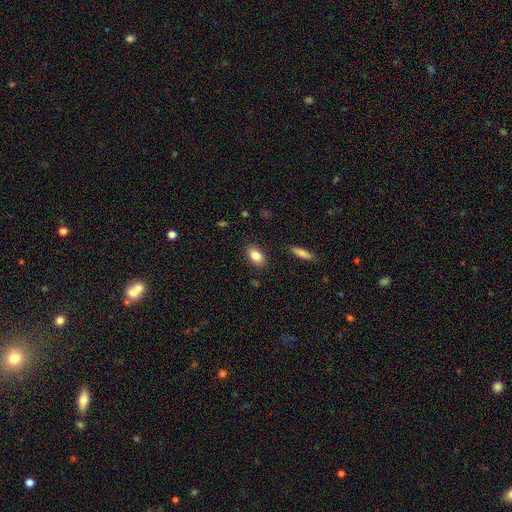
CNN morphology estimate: Overall: smooth (84%). How rounded: in between (89%). Merging: none (87%).